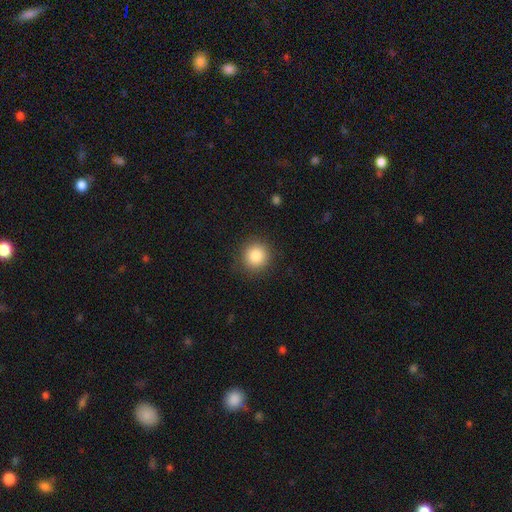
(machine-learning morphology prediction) Smooth or featured? Predicted: smooth (p=0.85). How rounded? Predicted: round (p=0.92). Merging? Predicted: none (p=0.88).